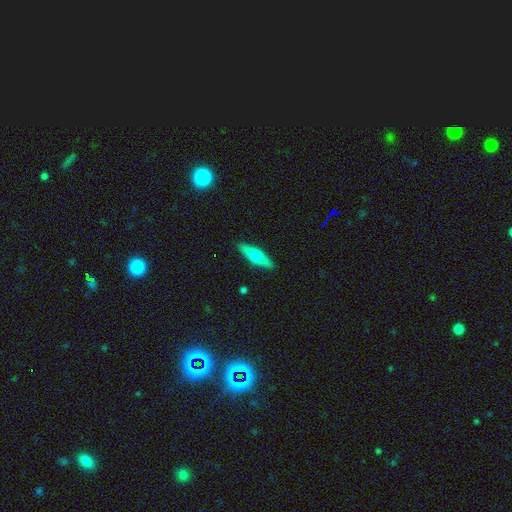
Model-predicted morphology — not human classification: type=smooth (56%); roundness=cigar-shaped (63%); merging=none (90%).